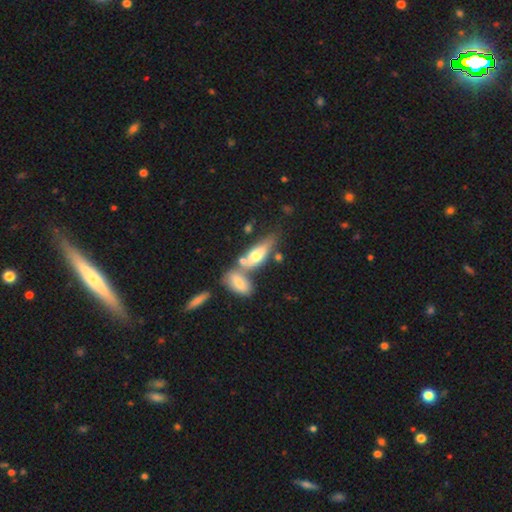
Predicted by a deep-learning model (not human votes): Smooth or featured: smooth — 60% (featured or disk — 34%)
How rounded: in between — 65% (cigar-shaped — 32%)
Merging: merger — 41% (none — 40%)